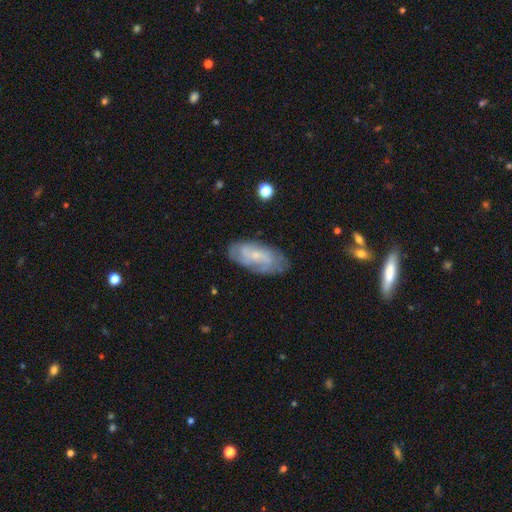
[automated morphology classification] A featured or disk galaxy (60%) with no bar (67%), spiral arms (75%) and a small central bulge (69%).

Vote fractions:
- Smooth or featured? featured or disk: 60% / smooth: 32% / star or artifact: 8%
- Edge-on disk? no: 92% / yes: 8%
- Bar? no: 67% / weak: 28% / strong: 5%
- Spiral arms? yes: 75% / no: 25%
- Bulge size? small: 69% / moderate: 19% / none: 10% / large: 1% / dominant: 1%
- Merging? none: 72% / minor disturbance: 20% / major disturbance: 6% / merger: 2%